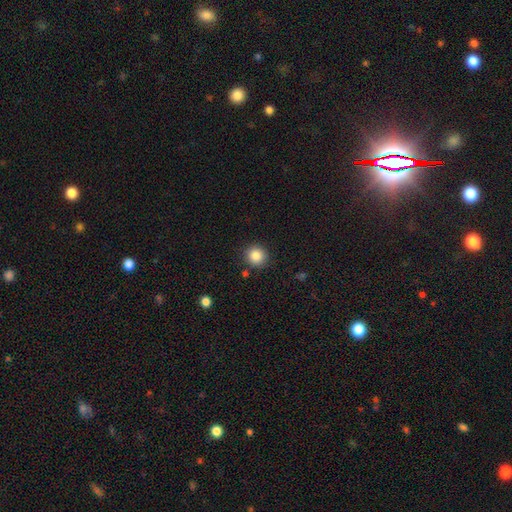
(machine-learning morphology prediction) smooth-or-featured: smooth: 86% | star or artifact: 10% | featured or disk: 4%
  how-rounded: round: 92% | in between: 7% | cigar-shaped: 1%
  merging: none: 88% | minor disturbance: 7% | major disturbance: 2% | merger: 2%